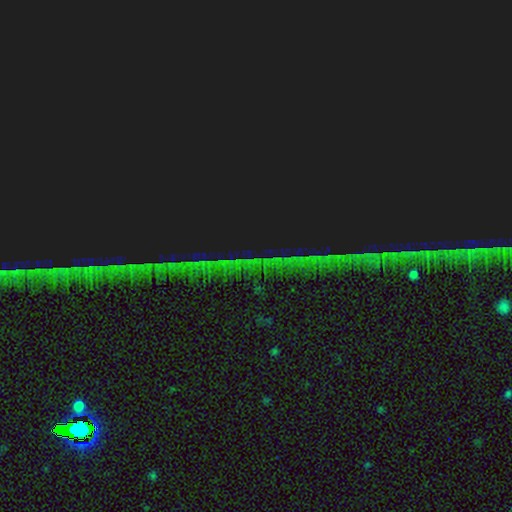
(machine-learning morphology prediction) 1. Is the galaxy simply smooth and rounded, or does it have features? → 85% star or artifact, 7% featured or disk, 7% smooth.